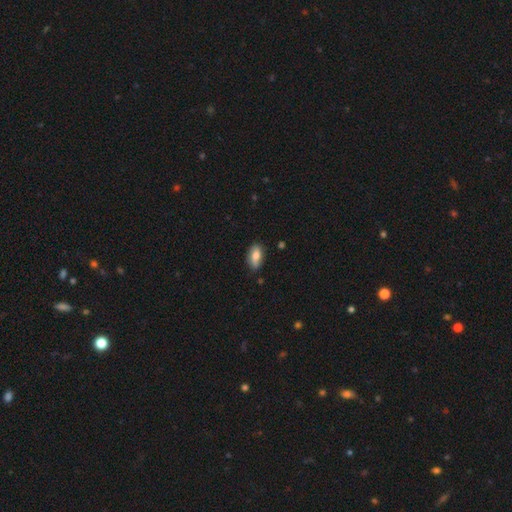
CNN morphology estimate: Smooth or featured?
  - smooth: 73% *
  - featured or disk: 20%
  - star or artifact: 7%
How rounded?
  - in between: 89% *
  - cigar-shaped: 6%
  - round: 5%
Merging?
  - none: 77% *
  - minor disturbance: 19%
  - major disturbance: 3%
  - merger: 2%